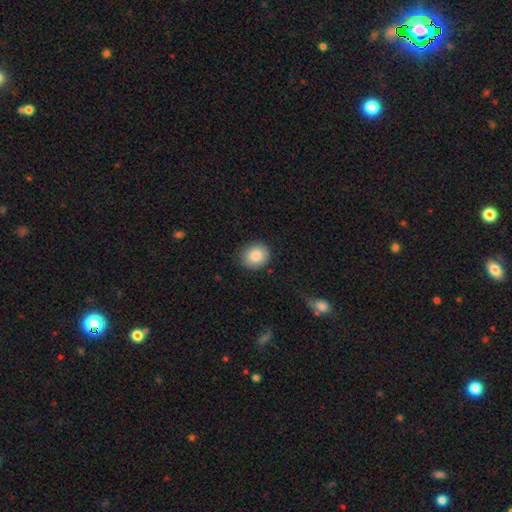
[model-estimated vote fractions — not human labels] Q: Smooth or featured?
A: smooth (87%); runner-up: star or artifact (8%)
Q: How rounded?
A: round (76%); runner-up: in between (23%)
Q: Merging?
A: none (87%); runner-up: minor disturbance (10%)